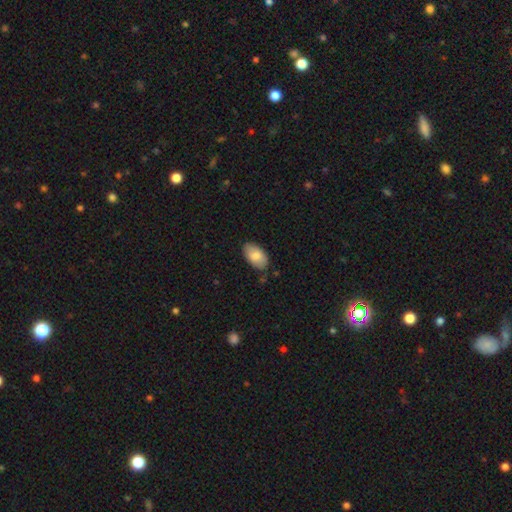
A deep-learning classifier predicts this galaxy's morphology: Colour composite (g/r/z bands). It shows a smooth galaxy with no disk features (81%) that is in between round and cigar-shaped (94%). Merging: none (78%).